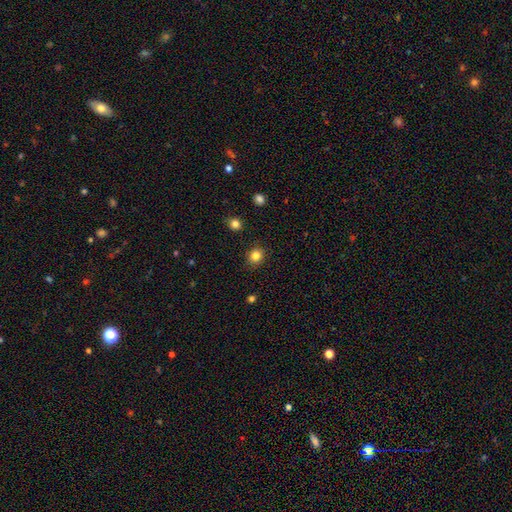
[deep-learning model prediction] smooth-or-featured: smooth: 83% | star or artifact: 12% | featured or disk: 5%
  how-rounded: round: 79% | in between: 20% | cigar-shaped: 1%
  merging: none: 87% | minor disturbance: 9% | major disturbance: 2% | merger: 1%